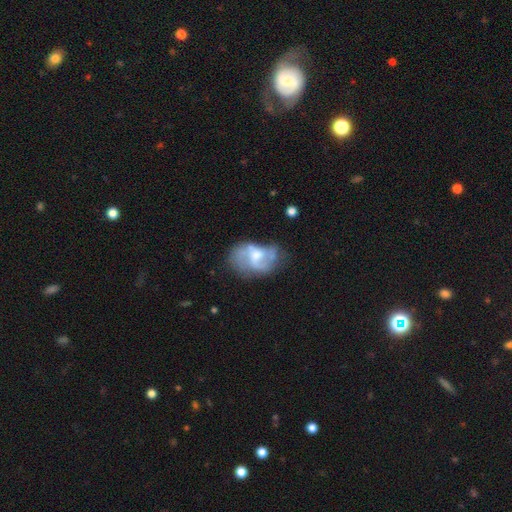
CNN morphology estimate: smooth_or_featured: featured or disk (p=0.65) [alt: smooth p=0.27]
disk_edge_on: no (p=0.97) [alt: yes p=0.03]
bar: no (p=0.53) [alt: weak p=0.39]
has_spiral_arms: yes (p=0.64) [alt: no p=0.36]
bulge_size: moderate (p=0.50) [alt: small p=0.27]
merging: none (p=0.41) [alt: minor disturbance p=0.26]